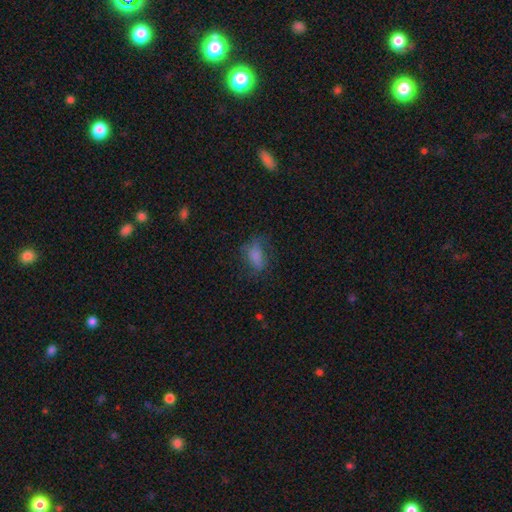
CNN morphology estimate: Smooth or featured: smooth — 70% (featured or disk — 17%)
How rounded: in between — 81% (cigar-shaped — 10%)
Merging: none — 52% (minor disturbance — 25%)